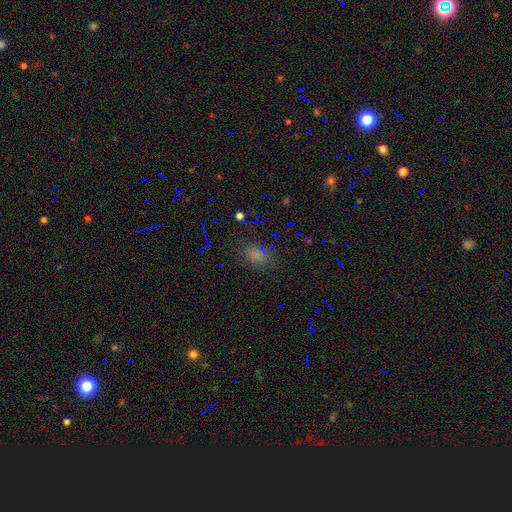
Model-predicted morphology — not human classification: This appears to be a smooth galaxy with no disk features (67%) that is in between round and cigar-shaped (80%). Merging: none (75%).